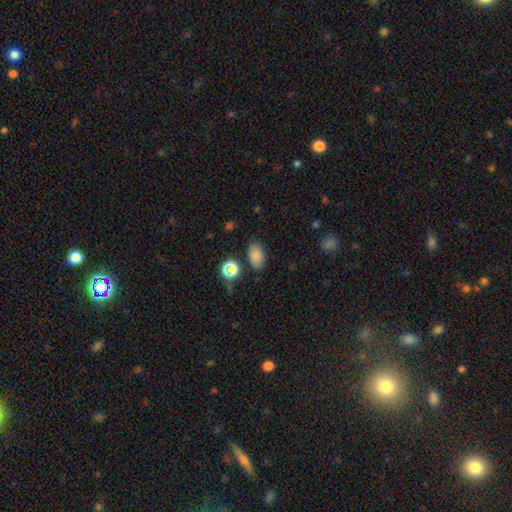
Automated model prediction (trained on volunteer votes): A smooth galaxy with no disk features (79%) that is in between round and cigar-shaped (89%). Merging: none (79%).